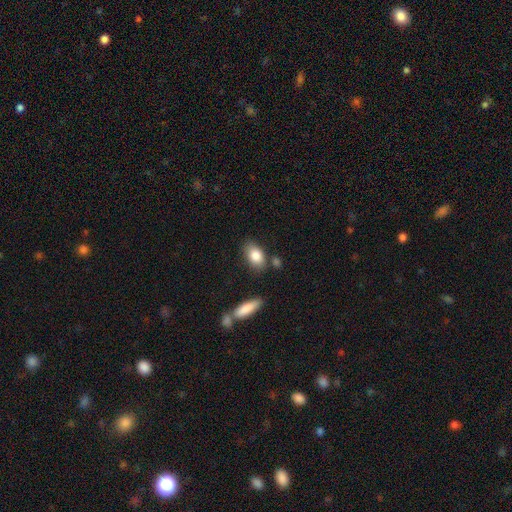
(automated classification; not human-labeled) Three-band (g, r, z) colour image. It shows a smooth galaxy with no disk features (84%) that is in between round and cigar-shaped (88%). Merging: none (72%).